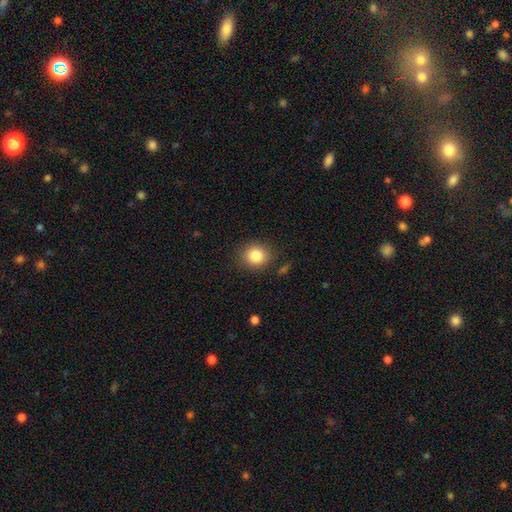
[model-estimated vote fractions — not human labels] Smooth or featured?
  - smooth: 84% *
  - star or artifact: 10%
  - featured or disk: 6%
How rounded?
  - round: 83% *
  - in between: 17%
  - cigar-shaped: 1%
Merging?
  - none: 86% *
  - minor disturbance: 9%
  - major disturbance: 3%
  - merger: 2%